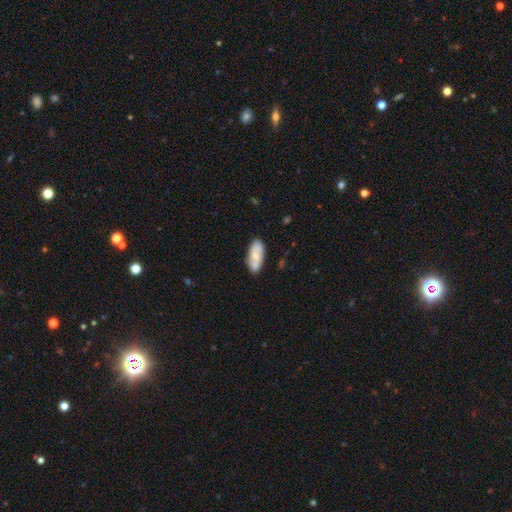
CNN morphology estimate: A smooth galaxy with no disk features (63%) that is in between round and cigar-shaped (86%).

Vote fractions:
- Smooth or featured? smooth: 63% / featured or disk: 31% / star or artifact: 6%
- How rounded? in between: 86% / cigar-shaped: 12% / round: 2%
- Merging? none: 81% / minor disturbance: 15% / major disturbance: 3% / merger: 2%